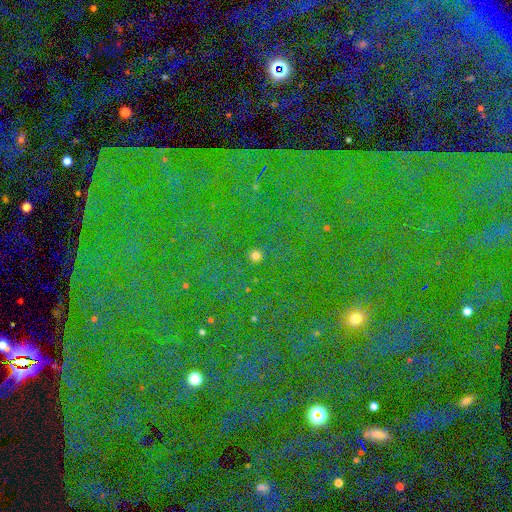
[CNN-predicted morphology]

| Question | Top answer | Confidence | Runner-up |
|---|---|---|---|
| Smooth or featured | star or artifact | 54% | smooth (39%) |